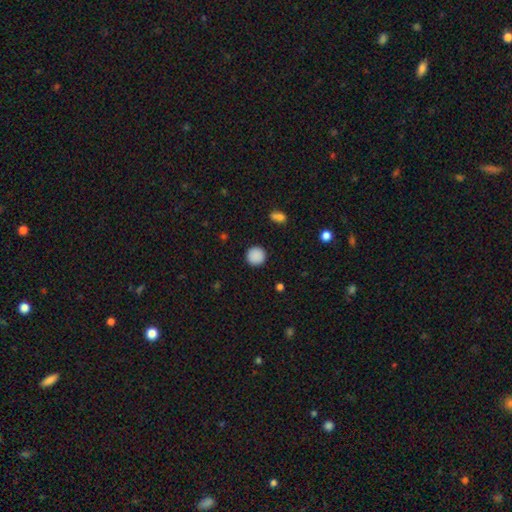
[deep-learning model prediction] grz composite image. It shows a smooth galaxy with no disk features (89%) that is round (95%). Merging: none (92%).